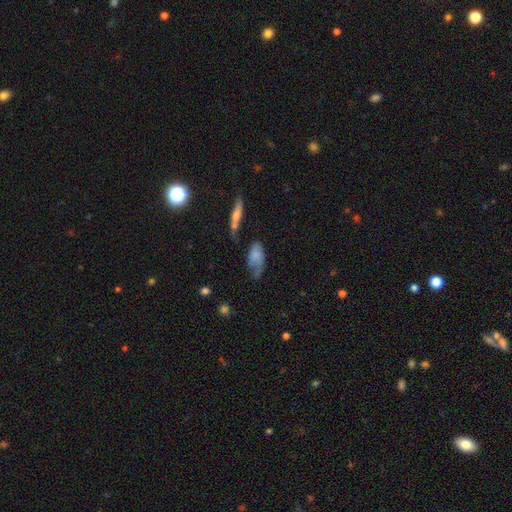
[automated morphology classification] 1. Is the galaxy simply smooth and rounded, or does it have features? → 62% smooth, 30% featured or disk, 8% star or artifact.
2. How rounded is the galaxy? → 86% in between, 10% cigar-shaped, 4% round.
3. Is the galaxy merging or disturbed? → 35% none, 32% minor disturbance, 24% major disturbance, 9% merger.